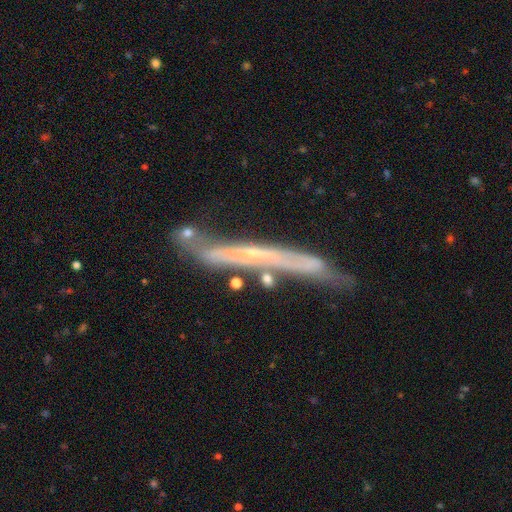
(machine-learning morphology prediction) This appears to be a featured or disk galaxy (70%) viewed edge-on (82%) with no central bulge (71%). Merging: none (52%).